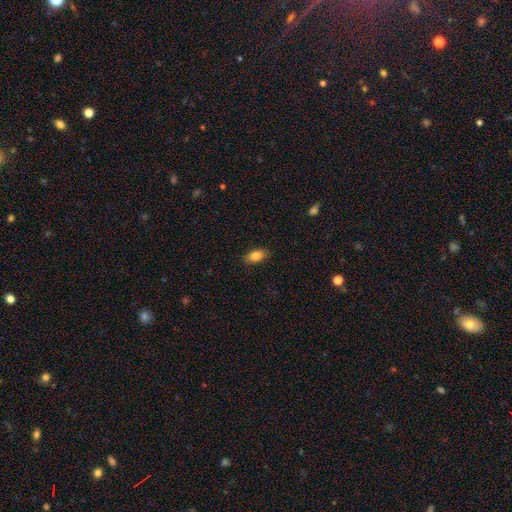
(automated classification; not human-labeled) Overall: smooth (85%). How rounded: in between (89%). Merging: none (86%).